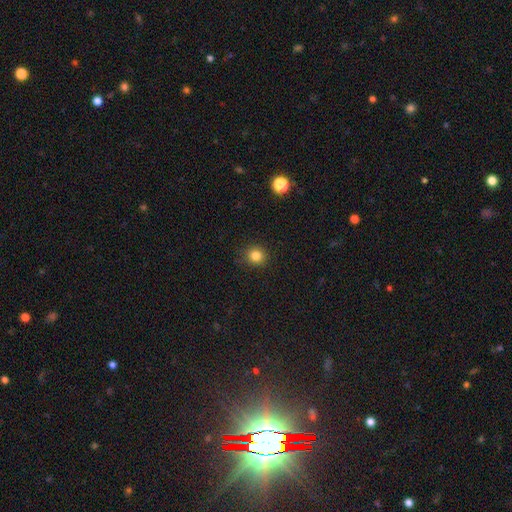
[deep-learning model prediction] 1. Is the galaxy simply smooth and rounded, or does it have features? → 83% smooth, 13% star or artifact, 5% featured or disk.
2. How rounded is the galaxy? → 90% round, 9% in between, 1% cigar-shaped.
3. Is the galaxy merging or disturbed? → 89% none, 8% minor disturbance, 2% major disturbance, 1% merger.